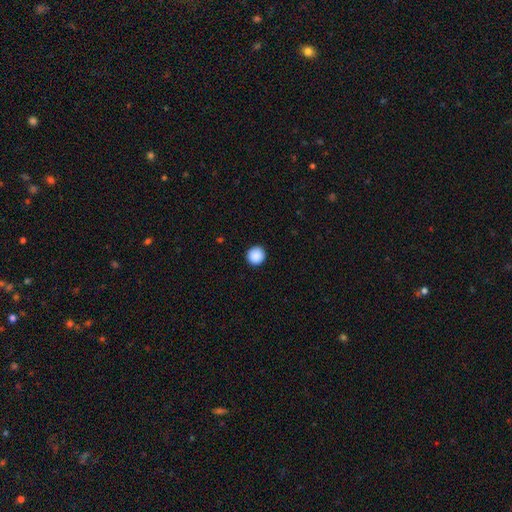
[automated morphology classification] smooth-or-featured: smooth: 90% | star or artifact: 8% | featured or disk: 2%
  how-rounded: round: 95% | in between: 4% | cigar-shaped: 1%
  merging: none: 93% | minor disturbance: 4% | major disturbance: 1% | merger: 1%